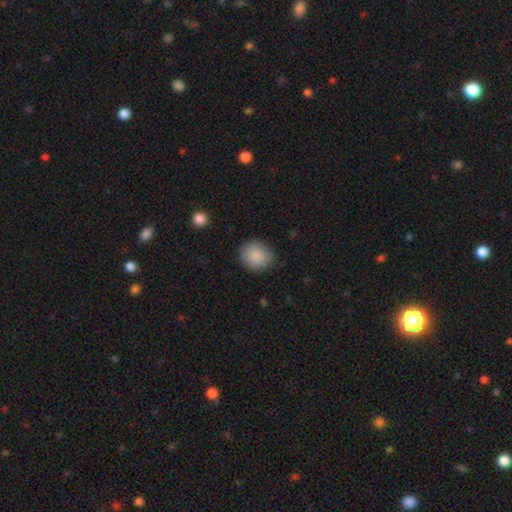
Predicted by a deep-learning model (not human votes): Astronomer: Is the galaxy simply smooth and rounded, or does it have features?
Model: smooth — 88%.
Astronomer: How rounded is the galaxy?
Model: round — 75%.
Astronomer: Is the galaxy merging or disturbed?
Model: none — 85%.